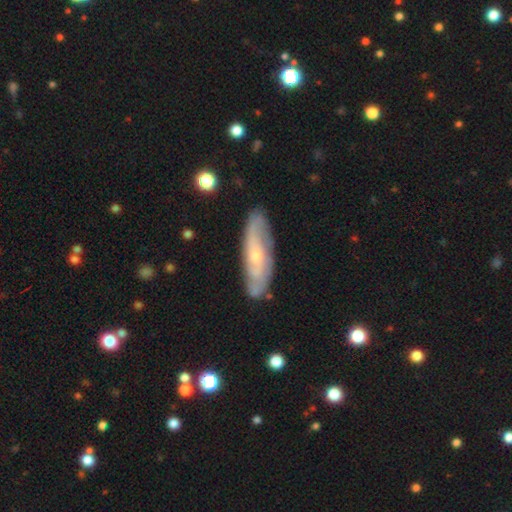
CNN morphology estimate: A featured or disk galaxy (63%).

Vote fractions:
- Smooth or featured? featured or disk: 63% / smooth: 31% / star or artifact: 6%
- Edge-on disk? no: 76% / yes: 24%
- Merging? none: 78% / minor disturbance: 16% / major disturbance: 4% / merger: 2%